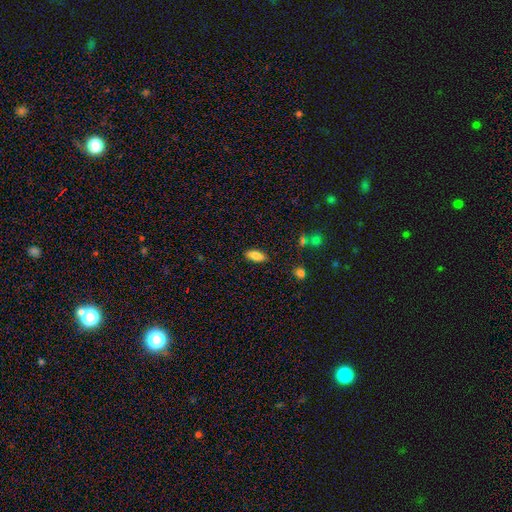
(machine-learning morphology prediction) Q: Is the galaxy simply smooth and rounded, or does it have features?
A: smooth — 82%.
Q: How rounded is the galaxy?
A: in between — 77%.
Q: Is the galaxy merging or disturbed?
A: none — 86%.